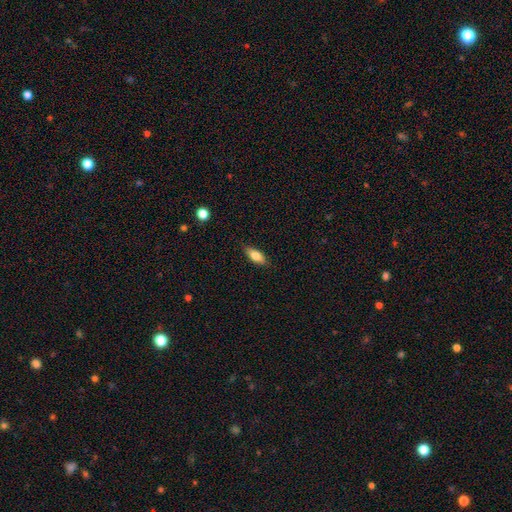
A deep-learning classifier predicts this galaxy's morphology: A smooth galaxy with no disk features (79%) that is in between round and cigar-shaped (77%). Merging: none (85%).